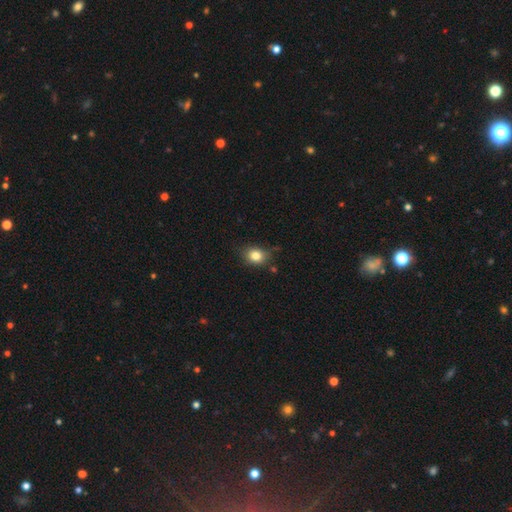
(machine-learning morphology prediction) Smooth or featured?
  - smooth: 83% *
  - star or artifact: 11%
  - featured or disk: 7%
How rounded?
  - round: 55% *
  - in between: 44%
  - cigar-shaped: 1%
Merging?
  - none: 75% *
  - minor disturbance: 18%
  - major disturbance: 4%
  - merger: 3%